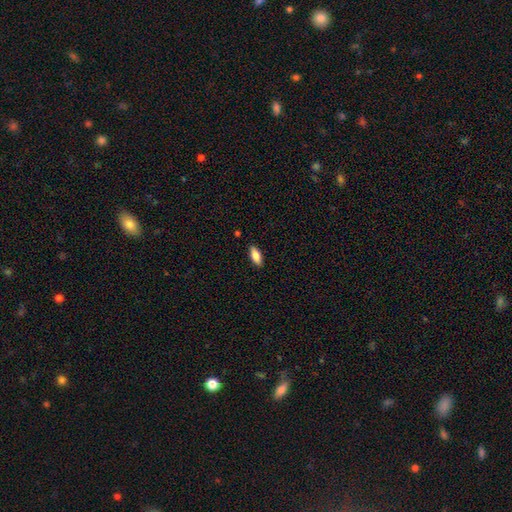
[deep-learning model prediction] Smooth or featured? Predicted: smooth (p=0.81). How rounded? Predicted: in between (p=0.82). Merging? Predicted: none (p=0.88).